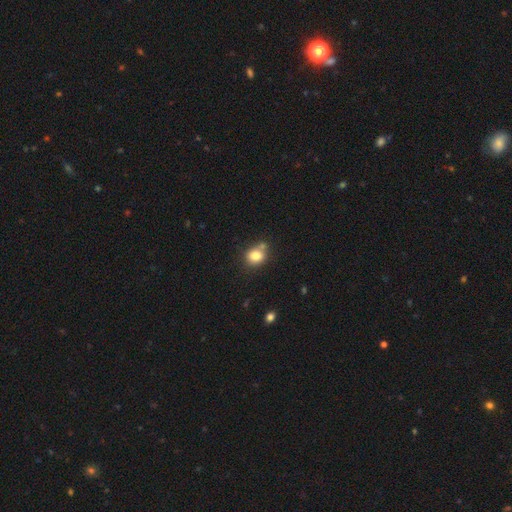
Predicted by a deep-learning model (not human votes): This is clearly a smooth galaxy (81%). How rounded: likely round (66%). Merging: likely none (62%).